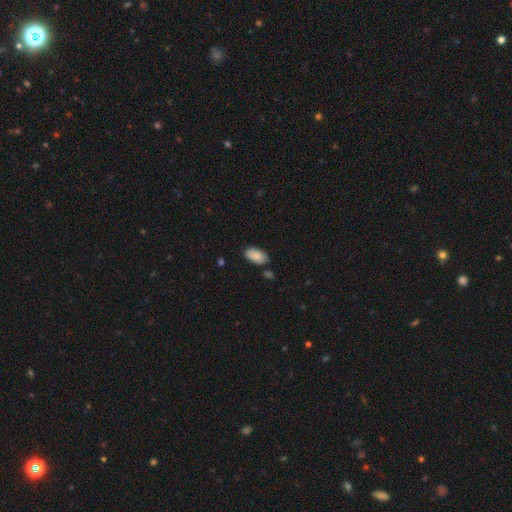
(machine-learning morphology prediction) smooth 88%, star or artifact 7%, featured or disk 6%. Down the decision tree: how rounded — in between (94%); merging — none (82%).